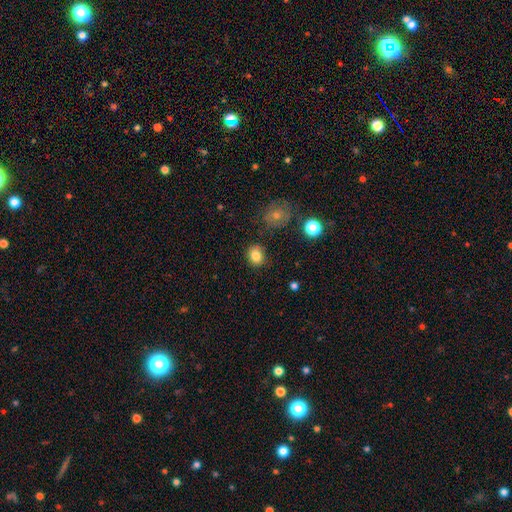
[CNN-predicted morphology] A smooth galaxy with no disk features (83%) that is round (62%). Merging: none (83%).